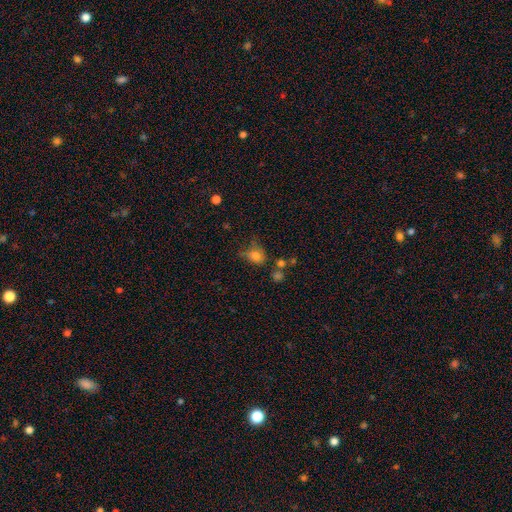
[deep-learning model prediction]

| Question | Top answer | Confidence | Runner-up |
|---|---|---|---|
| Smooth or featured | smooth | 72% | star or artifact (14%) |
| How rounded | in between | 64% | round (34%) |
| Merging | none | 38% | minor disturbance (29%) |